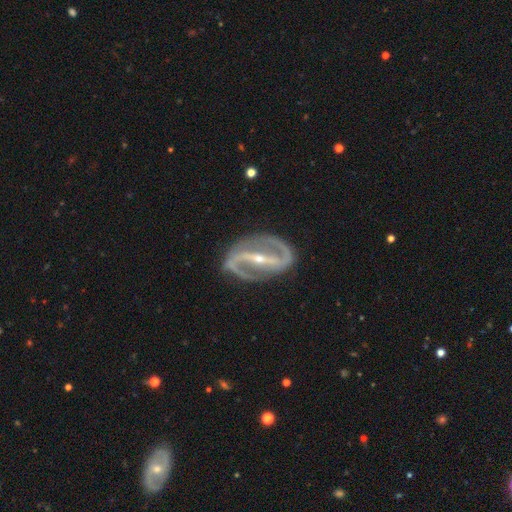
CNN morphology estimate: Smooth or featured: featured or disk — 91% (star or artifact — 5%)
Edge-on disk: no — 93% (yes — 7%)
Bar: strong — 79% (weak — 14%)
Spiral arms: yes — 94% (no — 6%)
Spiral winding: medium — 46% (tight — 29%)
Spiral arm count: 2 — 92% (can't tell — 3%)
Bulge size: small — 72% (moderate — 25%)
Merging: none — 80% (minor disturbance — 13%)